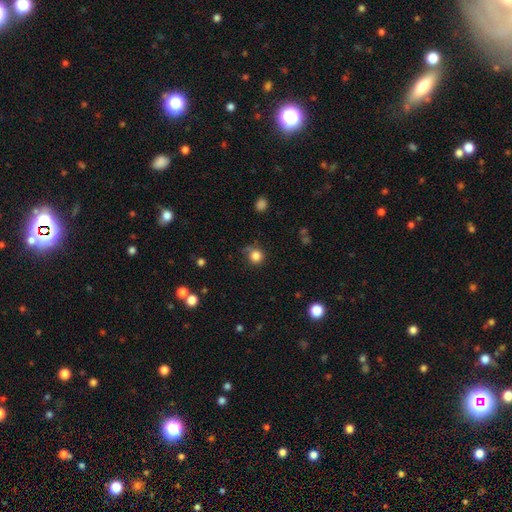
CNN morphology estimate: smooth-or-featured: smooth: 83% | star or artifact: 11% | featured or disk: 5%
  how-rounded: round: 90% | in between: 9% | cigar-shaped: 1%
  merging: none: 69% | minor disturbance: 20% | major disturbance: 7% | merger: 4%